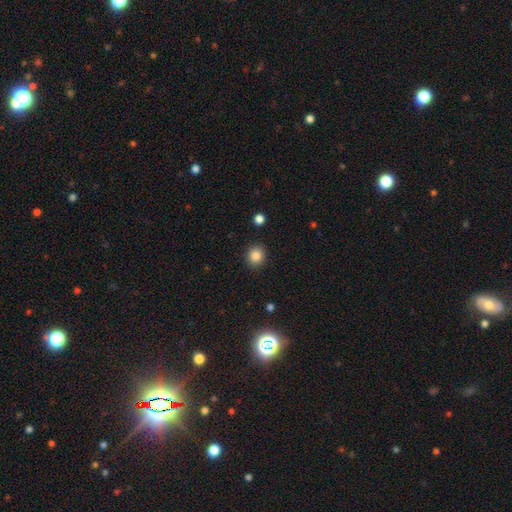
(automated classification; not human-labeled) smooth_or_featured: smooth (p=0.84) [alt: star or artifact p=0.11]
how_rounded: round (p=0.84) [alt: in between p=0.15]
merging: none (p=0.91) [alt: minor disturbance p=0.06]